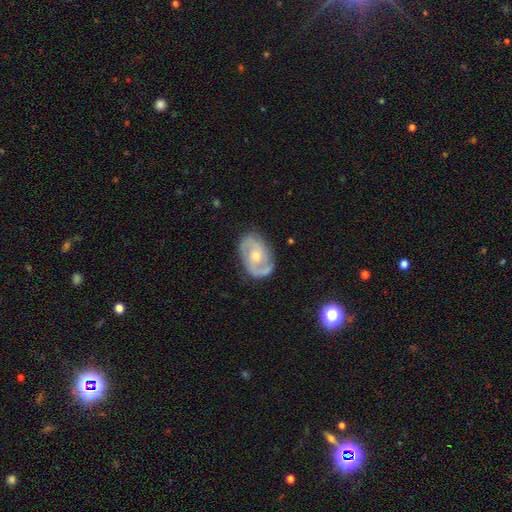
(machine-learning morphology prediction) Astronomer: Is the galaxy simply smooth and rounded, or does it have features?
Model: featured or disk — 82%.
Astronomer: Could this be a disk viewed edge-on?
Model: no — 97%.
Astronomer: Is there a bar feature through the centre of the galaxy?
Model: no — 57% (runner-up: weak, 35%).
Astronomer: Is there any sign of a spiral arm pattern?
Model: yes — 93%.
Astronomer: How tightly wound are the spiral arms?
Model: medium — 47% (runner-up: tight, 35%).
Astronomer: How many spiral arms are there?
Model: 2 — 82%.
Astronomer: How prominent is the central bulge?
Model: moderate — 53% (runner-up: small, 43%).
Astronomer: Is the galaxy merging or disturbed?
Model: none — 77%.